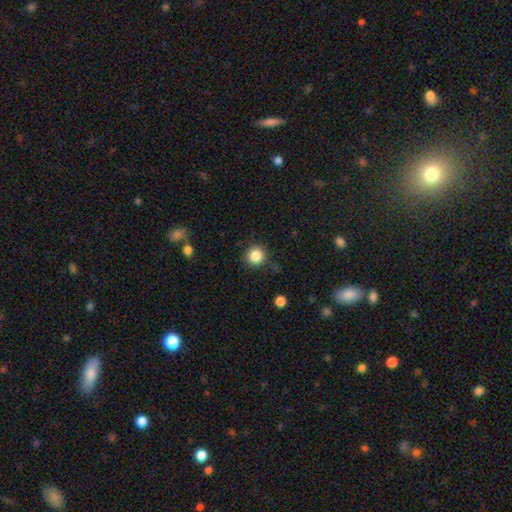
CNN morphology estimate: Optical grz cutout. It shows a smooth galaxy with no disk features (85%) that is round (94%). Merging: none (85%).